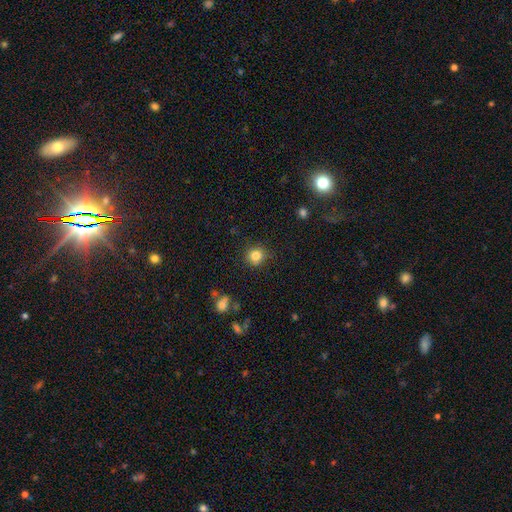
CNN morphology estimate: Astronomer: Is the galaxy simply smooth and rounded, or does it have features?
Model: smooth — 84%.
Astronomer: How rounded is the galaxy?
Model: round — 88%.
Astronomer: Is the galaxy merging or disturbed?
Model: none — 85%.